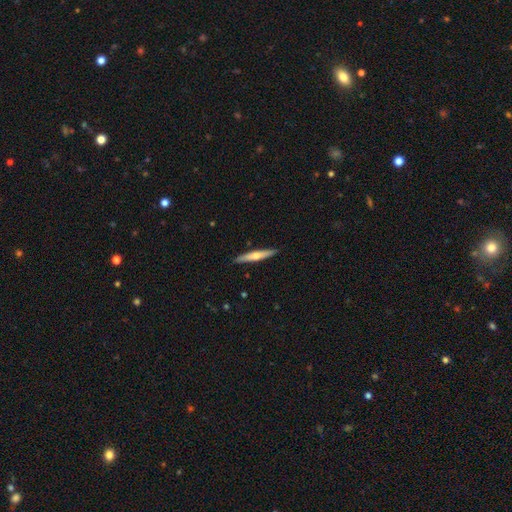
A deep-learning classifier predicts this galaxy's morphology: smooth-or-featured: featured or disk: 51% | smooth: 44% | star or artifact: 5%
  disk-edge-on: yes: 95% | no: 5%
  merging: none: 90% | minor disturbance: 7% | major disturbance: 1% | merger: 1%